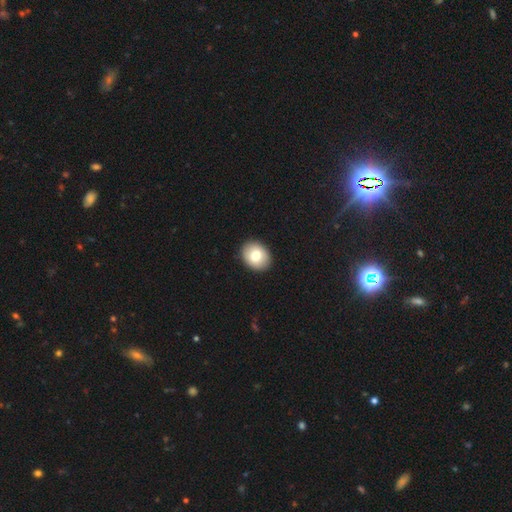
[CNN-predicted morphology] Smooth or featured? Predicted: smooth (p=0.78). How rounded? Predicted: in between (p=0.56). Merging? Predicted: none (p=0.92).